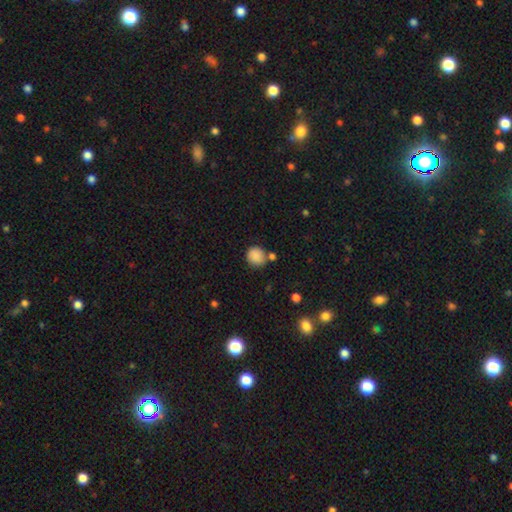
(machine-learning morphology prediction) Smooth or featured? smooth (87%)
How rounded? round (86%)
Merging? none (72%)